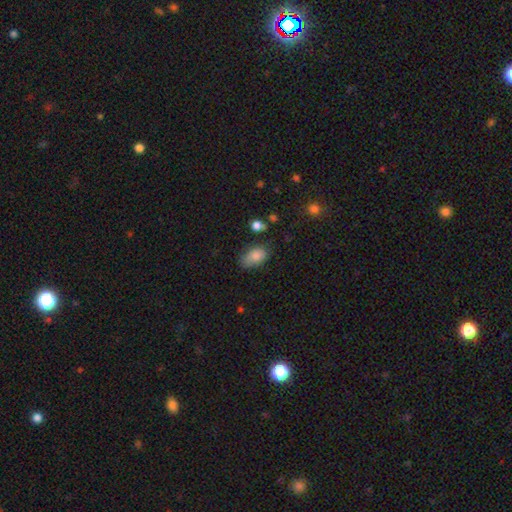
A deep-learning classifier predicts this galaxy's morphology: smooth_or_featured: smooth (p=0.83) [alt: star or artifact p=0.08]
how_rounded: in between (p=0.90) [alt: round p=0.08]
merging: none (p=0.63) [alt: minor disturbance p=0.27]